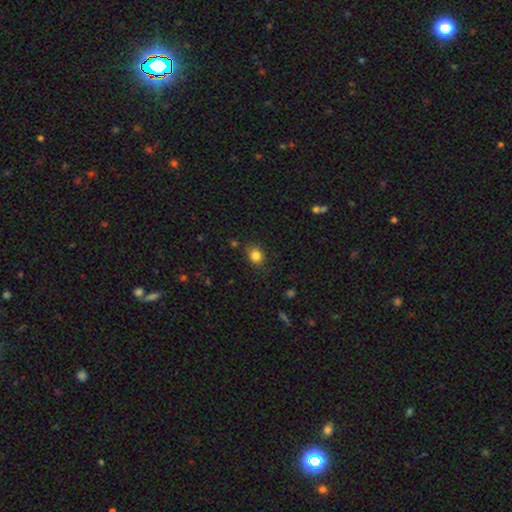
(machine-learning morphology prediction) Overall: smooth (84%). How rounded: round (62%; in between 37%). Merging: none (79%).